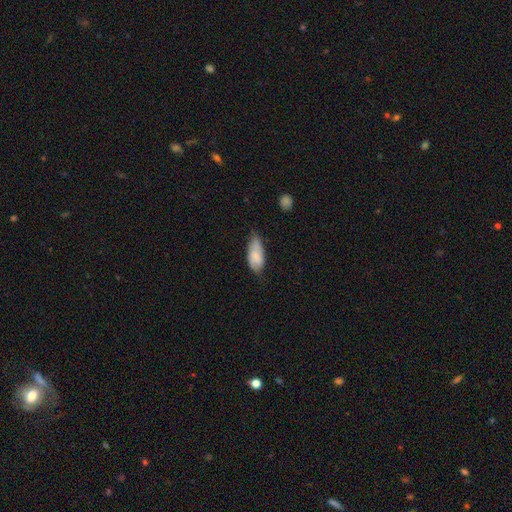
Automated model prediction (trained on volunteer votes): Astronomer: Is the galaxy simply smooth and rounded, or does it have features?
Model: smooth — 78%.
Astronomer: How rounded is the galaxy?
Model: in between — 86%.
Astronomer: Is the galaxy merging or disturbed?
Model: none — 50% (runner-up: minor disturbance, 40%).